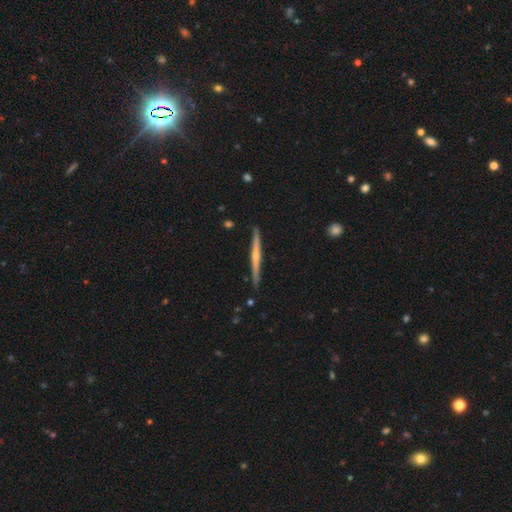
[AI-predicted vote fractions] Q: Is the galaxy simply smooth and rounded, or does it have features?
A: featured or disk — 72%.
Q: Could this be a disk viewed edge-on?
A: yes — 98%.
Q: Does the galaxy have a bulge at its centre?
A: rounded — 67%.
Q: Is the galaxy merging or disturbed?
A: none — 90%.